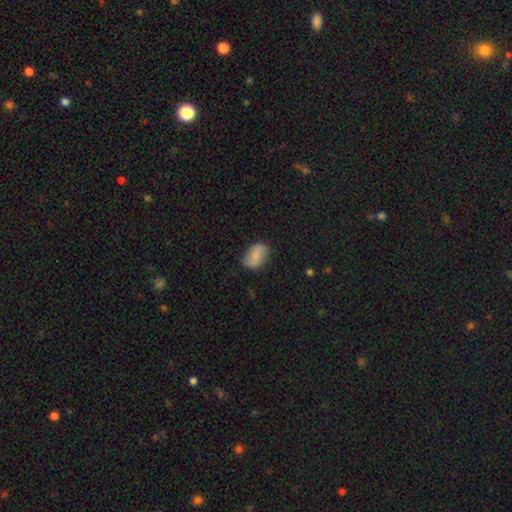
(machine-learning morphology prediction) A smooth galaxy with no disk features (74%) that is in between round and cigar-shaped (89%).

Vote fractions:
- Smooth or featured? smooth: 74% / featured or disk: 18% / star or artifact: 7%
- How rounded? in between: 89% / round: 9% / cigar-shaped: 2%
- Merging? none: 78% / minor disturbance: 17% / major disturbance: 4% / merger: 1%